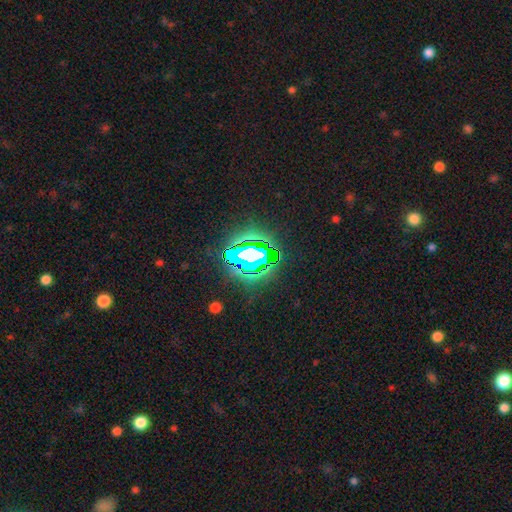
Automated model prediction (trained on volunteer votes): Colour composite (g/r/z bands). It shows a star or artifact, not a galaxy (75%).